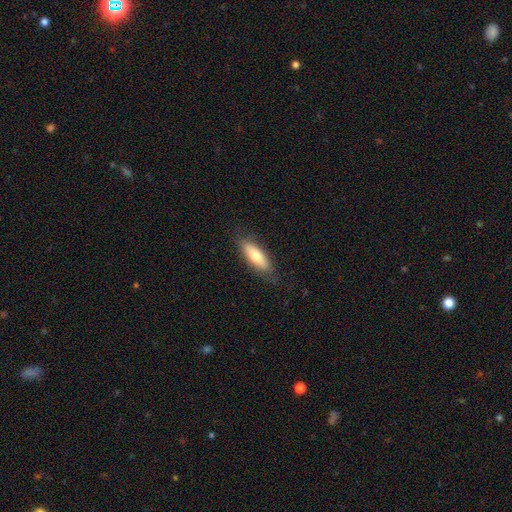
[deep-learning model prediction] This is likely a smooth galaxy (72%). How rounded: likely in between (61%). Merging: clearly none (81%).